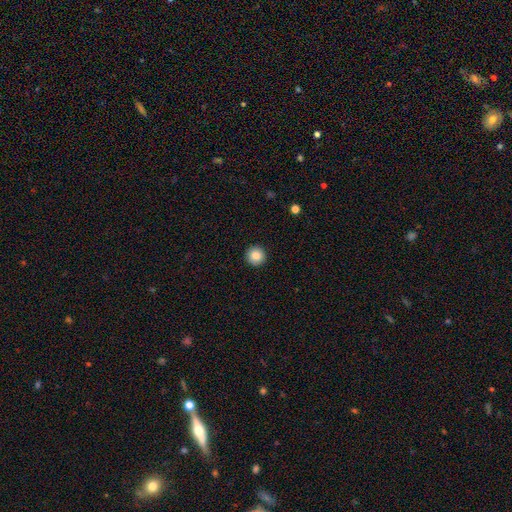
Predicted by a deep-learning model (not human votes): Smooth or featured?
  - smooth: 86% *
  - star or artifact: 9%
  - featured or disk: 5%
How rounded?
  - round: 96% *
  - in between: 3%
  - cigar-shaped: 1%
Merging?
  - none: 93% *
  - minor disturbance: 4%
  - major disturbance: 1%
  - merger: 1%